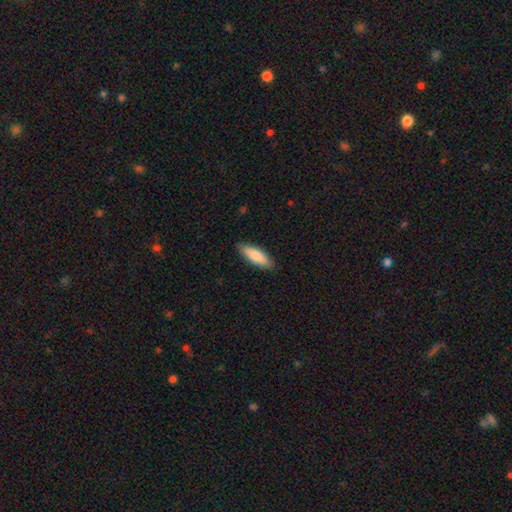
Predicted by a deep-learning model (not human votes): The model was most divided on "how rounded": in between: 56%, cigar-shaped: 42%, round: 2%. More confident: merging — none (87%); smooth or featured — smooth (81%).